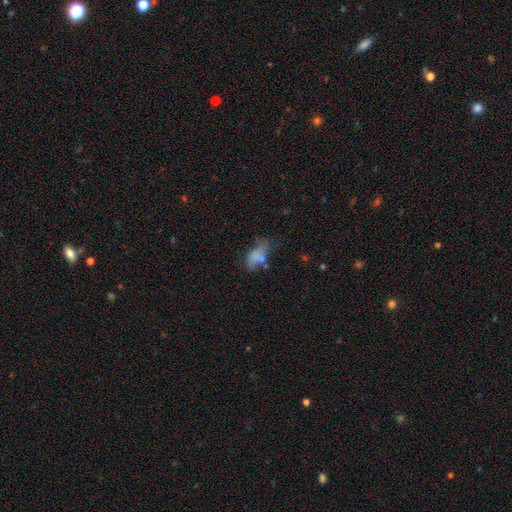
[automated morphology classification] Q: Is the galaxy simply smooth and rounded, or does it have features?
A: smooth — 67%.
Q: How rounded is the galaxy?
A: in between — 88%.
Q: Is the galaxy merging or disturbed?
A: none — 34%.